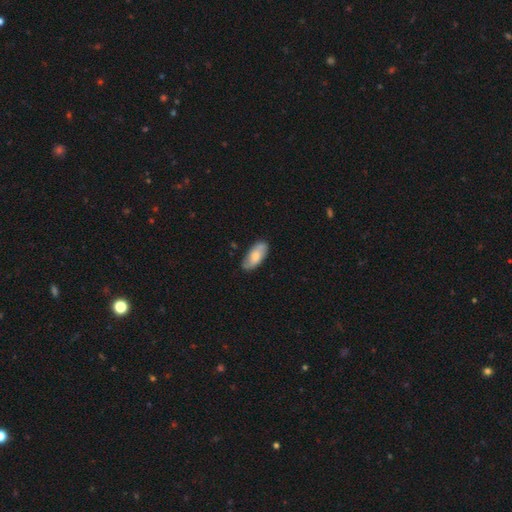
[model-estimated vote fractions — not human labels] The model was most divided on "smooth or featured": smooth: 56%, featured or disk: 38%, star or artifact: 6%. More confident: how rounded — in between (89%); merging — none (81%).